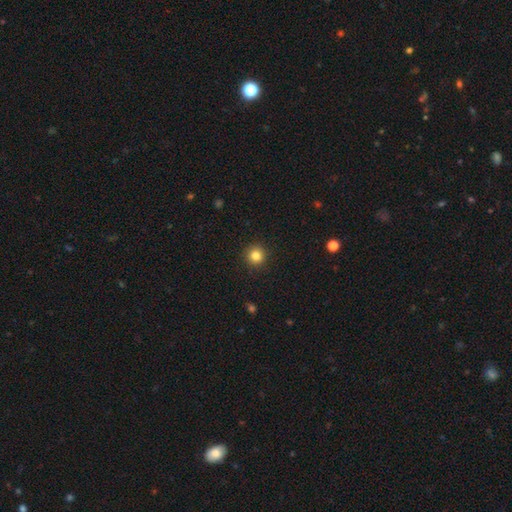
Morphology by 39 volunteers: Smooth or featured? smooth (85%)
How rounded? round (100%)
Merging? none (94%)